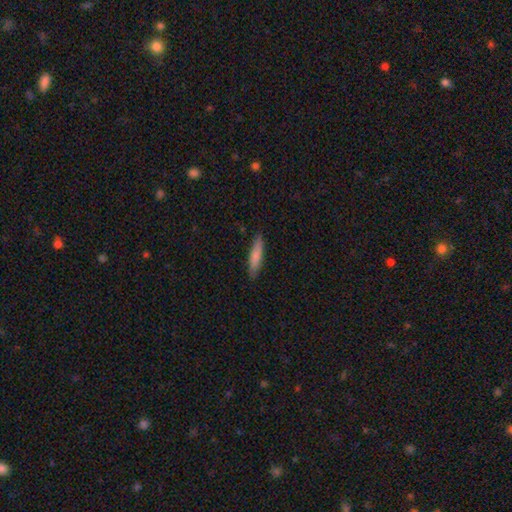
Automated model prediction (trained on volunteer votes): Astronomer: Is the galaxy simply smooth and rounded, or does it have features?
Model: smooth — 78%.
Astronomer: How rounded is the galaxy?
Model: cigar-shaped — 82%.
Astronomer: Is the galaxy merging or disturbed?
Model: none — 86%.